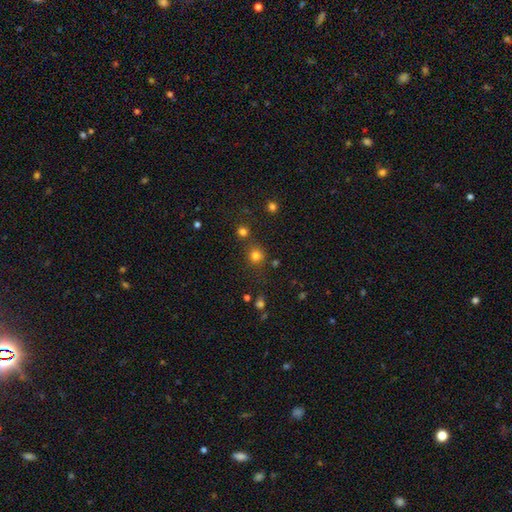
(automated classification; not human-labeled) A smooth galaxy with no disk features (76%) that is round (88%). Merging: none (74%).